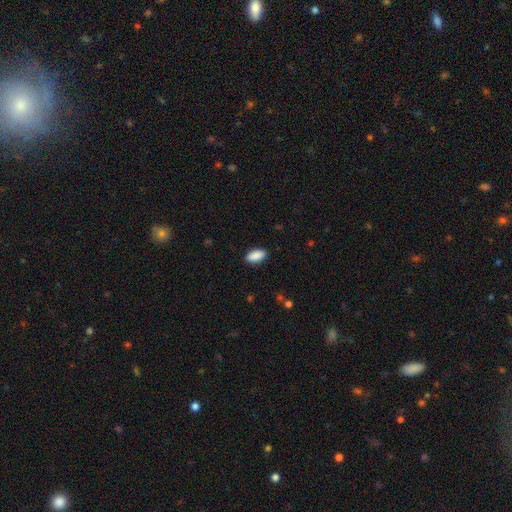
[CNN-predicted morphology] A smooth galaxy with no disk features (90%) that is in between round and cigar-shaped (89%).

Vote fractions:
- Smooth or featured? smooth: 90% / star or artifact: 6% / featured or disk: 3%
- How rounded? in between: 89% / cigar-shaped: 9% / round: 2%
- Merging? none: 89% / minor disturbance: 8% / major disturbance: 2% / merger: 1%